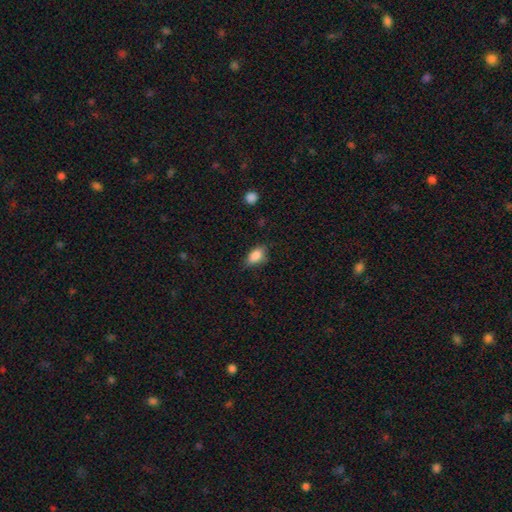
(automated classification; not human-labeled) This is clearly a smooth galaxy (83%). How rounded: clearly in between (85%). Merging: likely none (69%).